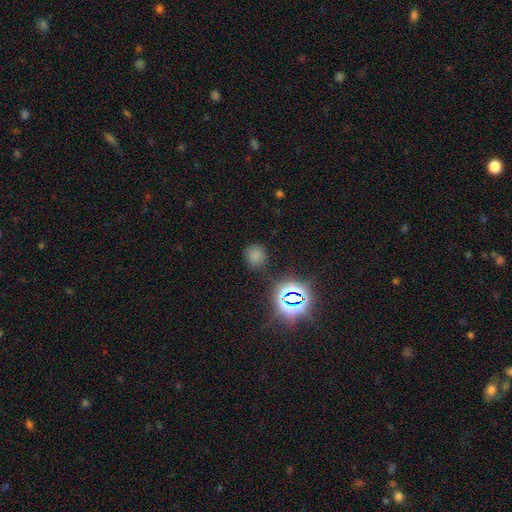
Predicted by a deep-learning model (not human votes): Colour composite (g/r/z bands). It shows a smooth galaxy with no disk features (66%) that is round (84%). Merging: none (77%).